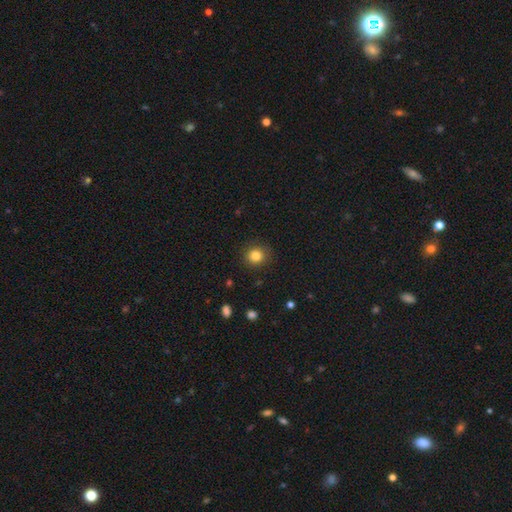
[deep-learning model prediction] smooth-or-featured: smooth: 84% | star or artifact: 11% | featured or disk: 5%
  how-rounded: round: 88% | in between: 11% | cigar-shaped: 1%
  merging: none: 88% | minor disturbance: 8% | major disturbance: 3% | merger: 1%